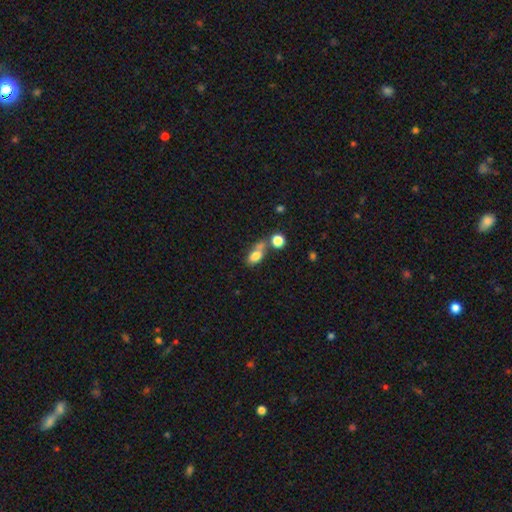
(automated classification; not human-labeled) smooth_or_featured: smooth (p=0.77) [alt: featured or disk p=0.13]
how_rounded: in between (p=0.80) [alt: round p=0.15]
merging: merger (p=0.43) [alt: none p=0.35]